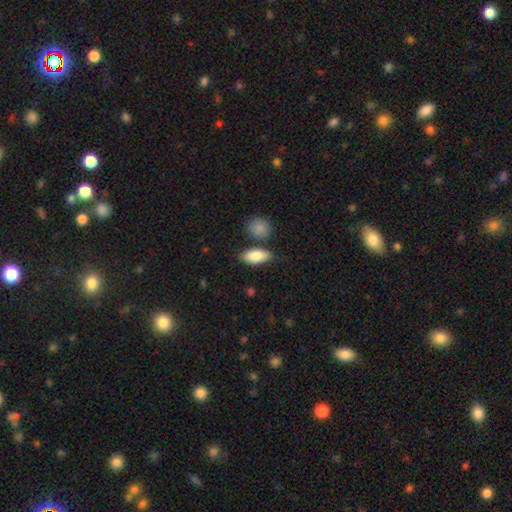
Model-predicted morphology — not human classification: Smooth or featured? Predicted: smooth (p=0.86). How rounded? Predicted: in between (p=0.86). Merging? Predicted: none (p=0.75).